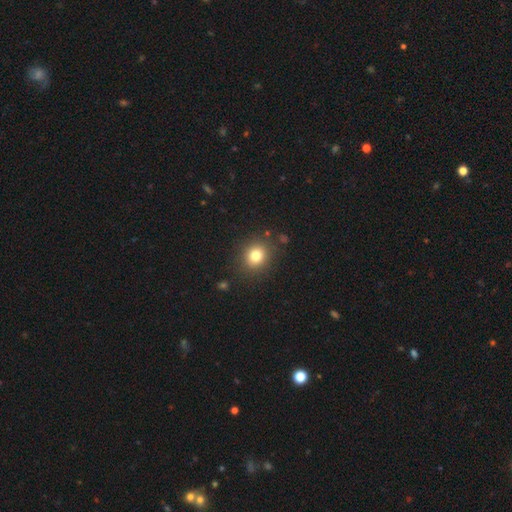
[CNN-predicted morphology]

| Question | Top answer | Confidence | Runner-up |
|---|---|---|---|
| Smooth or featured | smooth | 79% | star or artifact (13%) |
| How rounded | round | 75% | in between (24%) |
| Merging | none | 86% | minor disturbance (9%) |